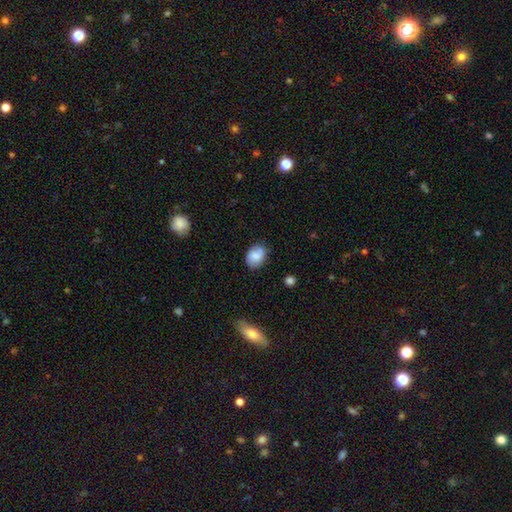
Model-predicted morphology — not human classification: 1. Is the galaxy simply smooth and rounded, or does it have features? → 76% smooth, 16% featured or disk, 8% star or artifact.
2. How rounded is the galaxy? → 70% in between, 29% round, 1% cigar-shaped.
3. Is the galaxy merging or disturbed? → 72% none, 21% minor disturbance, 4% major disturbance, 3% merger.